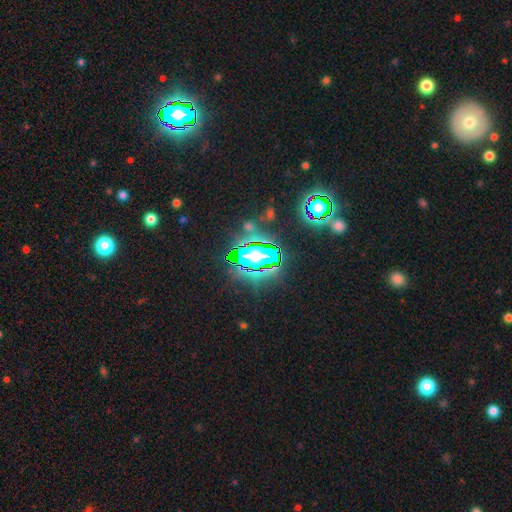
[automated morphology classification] smooth-or-featured: star or artifact: 70% | smooth: 18% | featured or disk: 12%